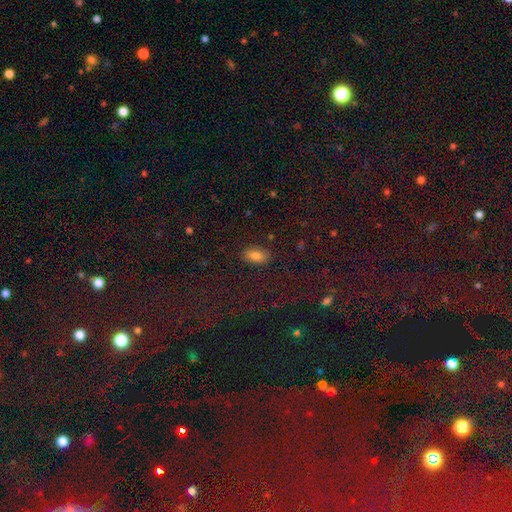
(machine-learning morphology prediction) A smooth galaxy with no disk features (77%) that is in between round and cigar-shaped (90%).

Vote fractions:
- Smooth or featured? smooth: 77% / star or artifact: 15% / featured or disk: 8%
- How rounded? in between: 90% / round: 5% / cigar-shaped: 5%
- Merging? none: 87% / minor disturbance: 9% / major disturbance: 3% / merger: 1%